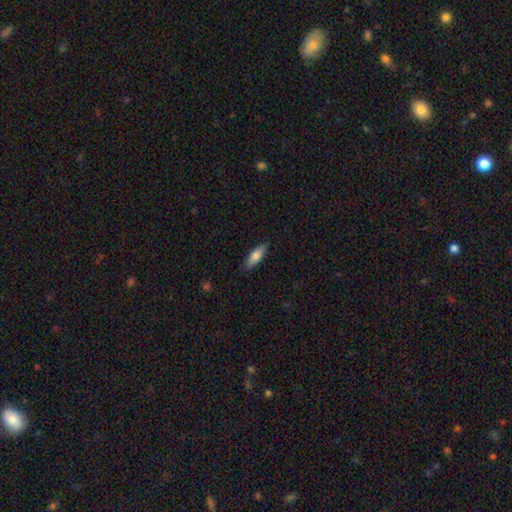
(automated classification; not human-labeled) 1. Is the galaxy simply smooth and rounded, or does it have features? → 71% smooth, 23% featured or disk, 6% star or artifact.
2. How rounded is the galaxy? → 57% in between, 41% cigar-shaped, 2% round.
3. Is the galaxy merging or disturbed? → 85% none, 12% minor disturbance, 2% major disturbance, 1% merger.